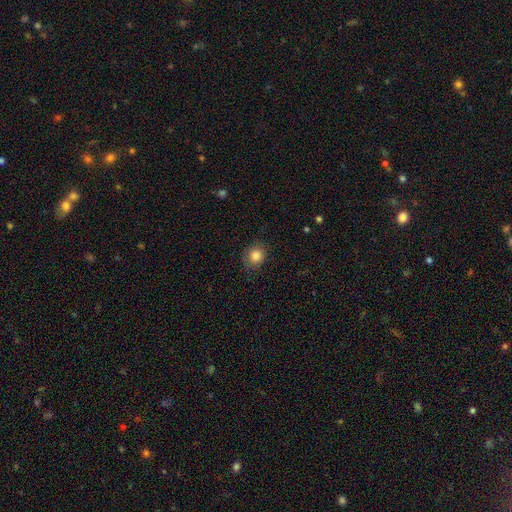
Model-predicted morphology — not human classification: A smooth galaxy with no disk features (84%) that is round (76%).

Vote fractions:
- Smooth or featured? smooth: 84% / star or artifact: 10% / featured or disk: 6%
- How rounded? round: 76% / in between: 23% / cigar-shaped: 1%
- Merging? none: 80% / minor disturbance: 15% / major disturbance: 4% / merger: 1%